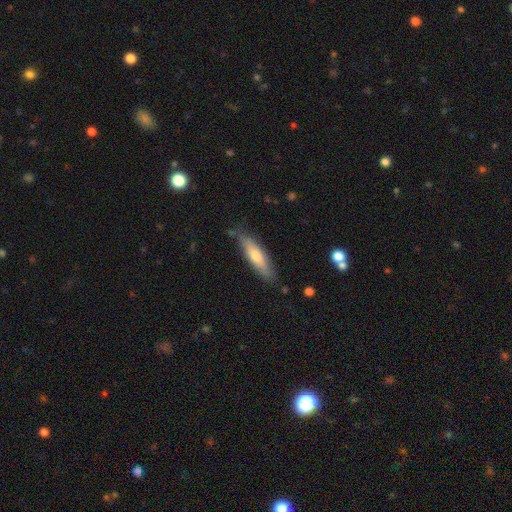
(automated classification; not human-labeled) A smooth galaxy with no disk features (58%) that is cigar-shaped (72%). Merging: none (78%).